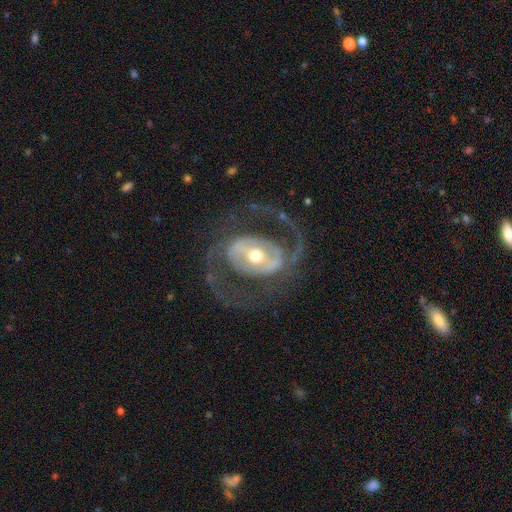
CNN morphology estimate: A featured or disk galaxy (88%) with a strong bar (37%), 2 (88%) medium (52%) spiral arms (86%) and a moderate central bulge (70%). Merging: none (71%).